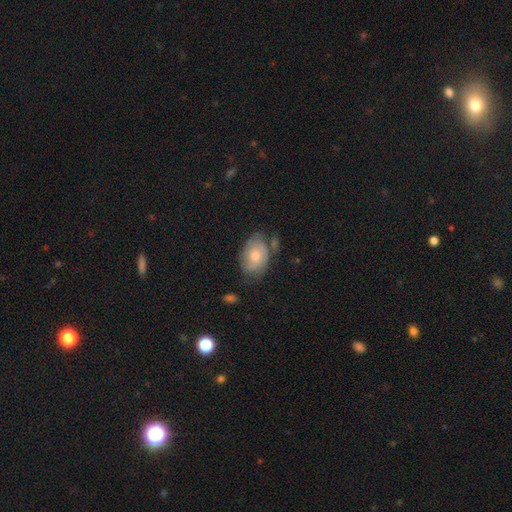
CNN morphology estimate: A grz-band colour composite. It shows a featured or disk galaxy (48%). Merging: none (56%).